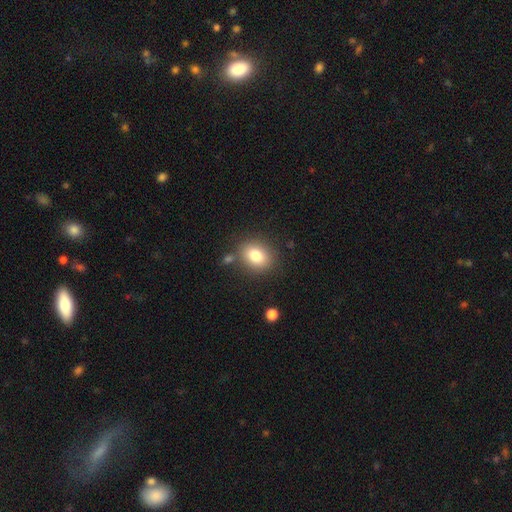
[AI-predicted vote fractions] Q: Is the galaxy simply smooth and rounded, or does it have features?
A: smooth — 80%.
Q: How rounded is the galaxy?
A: in between — 50%.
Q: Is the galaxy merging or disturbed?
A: none — 79%.